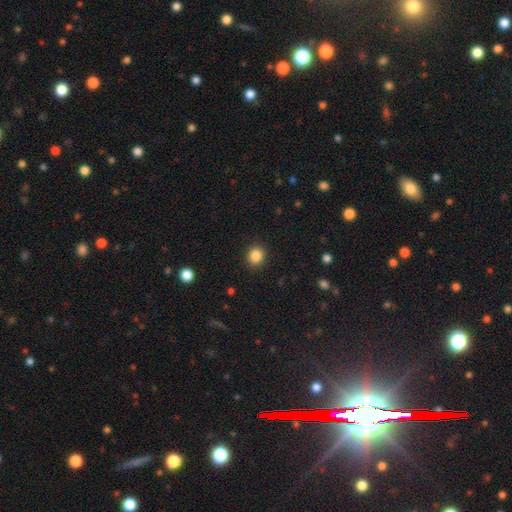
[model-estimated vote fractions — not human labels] Smooth or featured: smooth — 86% (star or artifact — 10%)
How rounded: round — 82% (in between — 17%)
Merging: none — 90% (minor disturbance — 6%)